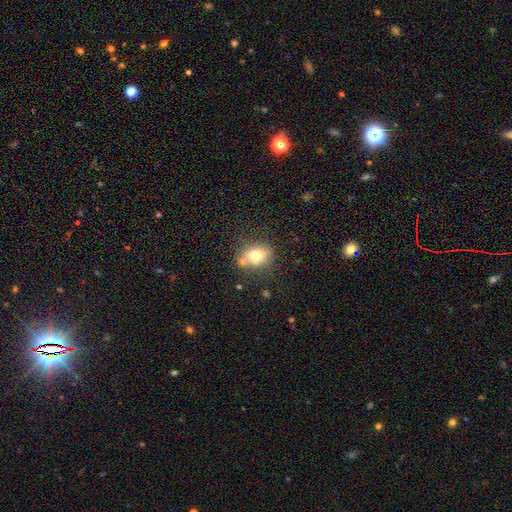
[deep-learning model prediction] Morphology: type=smooth (72%); roundness=in between (62%); merging=none (65%).